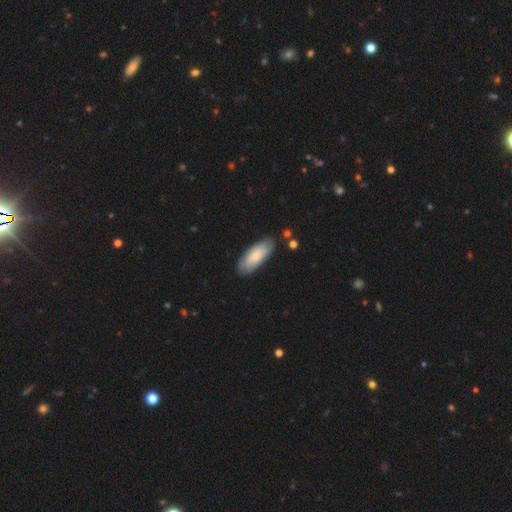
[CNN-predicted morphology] smooth-or-featured: smooth: 66% | featured or disk: 28% | star or artifact: 5%
  how-rounded: in between: 80% | cigar-shaped: 18% | round: 2%
  merging: none: 79% | minor disturbance: 15% | major disturbance: 3% | merger: 2%